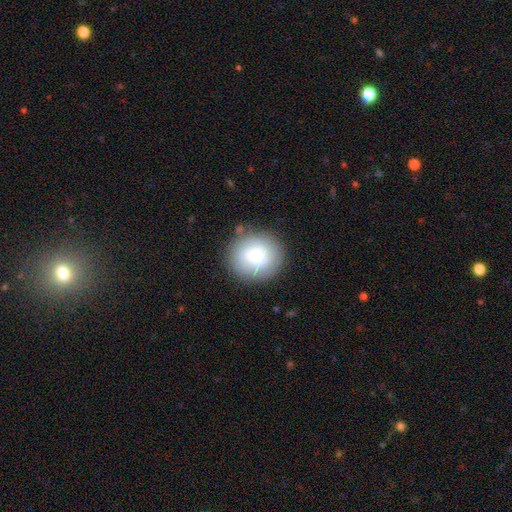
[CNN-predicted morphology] Smooth or featured? Predicted: smooth (p=0.76). How rounded? Predicted: round (p=0.88). Merging? Predicted: none (p=0.80).